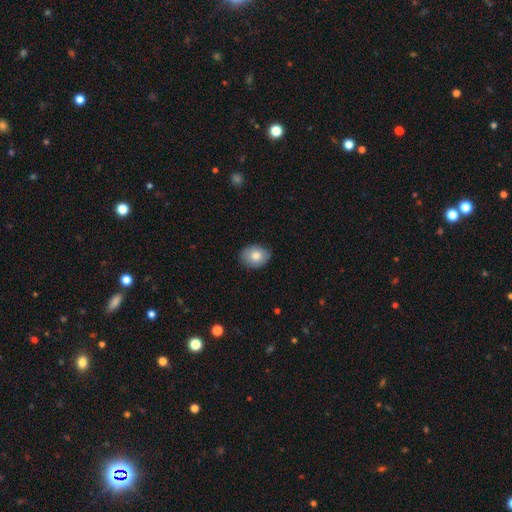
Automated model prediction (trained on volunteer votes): Smooth or featured: smooth — 80% (featured or disk — 13%)
How rounded: in between — 60% (round — 39%)
Merging: none — 83% (minor disturbance — 14%)